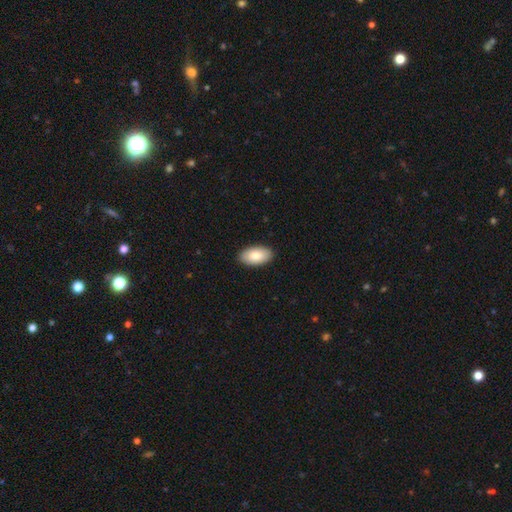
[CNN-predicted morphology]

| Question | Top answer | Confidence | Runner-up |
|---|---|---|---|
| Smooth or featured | smooth | 86% | featured or disk (9%) |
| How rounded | in between | 96% | round (2%) |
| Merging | none | 90% | minor disturbance (7%) |